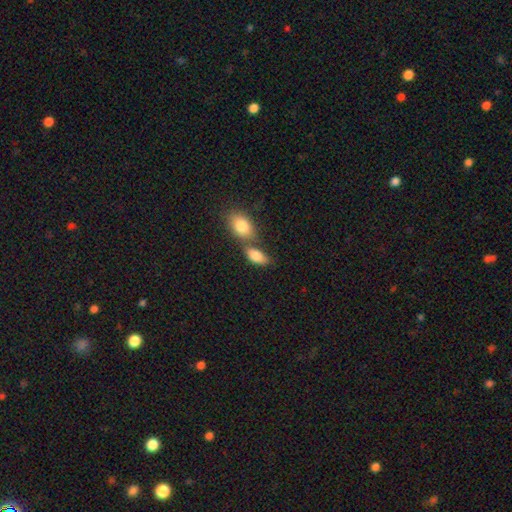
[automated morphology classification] smooth_or_featured: smooth (p=0.83) [alt: featured or disk p=0.09]
how_rounded: in between (p=0.88) [alt: round p=0.07]
merging: merger (p=0.44) [alt: none p=0.38]